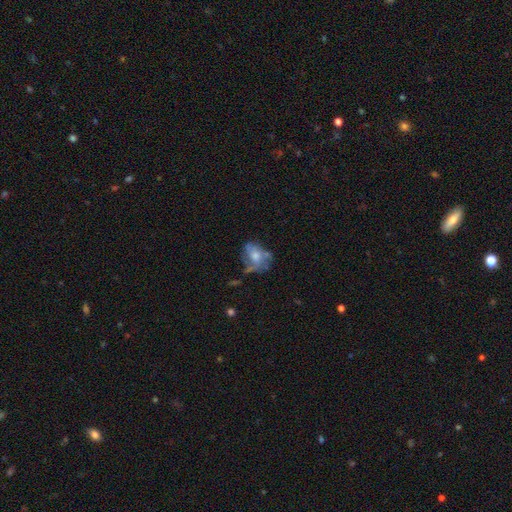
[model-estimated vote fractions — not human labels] This is possibly a featured or disk galaxy (55%). It is clearly not viewed edge-on (97%). Bar: likely no (80%). Spiral arm pattern: possibly yes (53%). Central bulge: possibly moderate (53%). Merging: marginally none (42%).